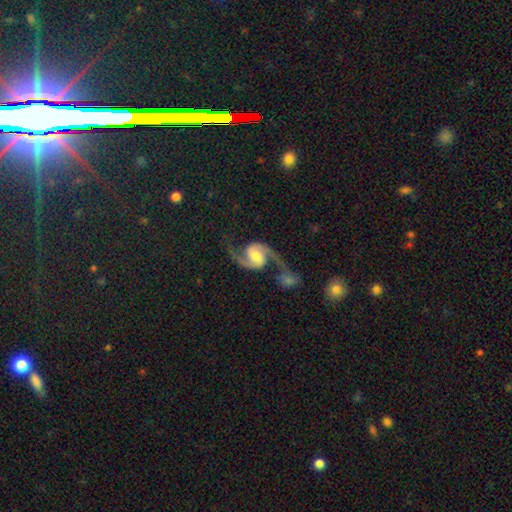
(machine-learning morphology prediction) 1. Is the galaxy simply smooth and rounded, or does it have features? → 91% featured or disk, 5% star or artifact, 4% smooth.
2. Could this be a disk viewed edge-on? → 98% no, 2% yes.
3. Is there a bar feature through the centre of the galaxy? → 46% no, 39% weak, 15% strong.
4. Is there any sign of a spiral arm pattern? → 98% yes, 2% no.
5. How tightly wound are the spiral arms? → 48% loose, 43% medium, 10% tight.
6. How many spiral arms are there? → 94% 2, 1% 1, 1% can't tell, 1% 3, 1% 4, 1% more than 4.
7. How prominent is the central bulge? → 59% moderate, 20% small, 16% large, 4% none, 2% dominant.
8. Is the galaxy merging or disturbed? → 60% none, 15% merger, 14% minor disturbance, 11% major disturbance.